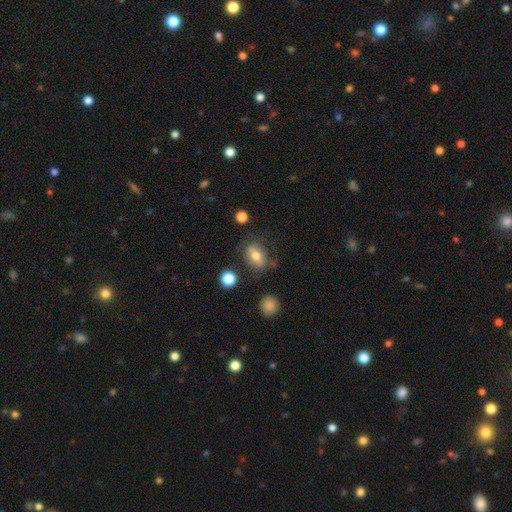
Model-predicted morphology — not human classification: The model was most divided on "merging": none: 67%, minor disturbance: 19%, major disturbance: 9%, merger: 5%. More confident: how rounded — in between (76%); smooth or featured — smooth (69%).